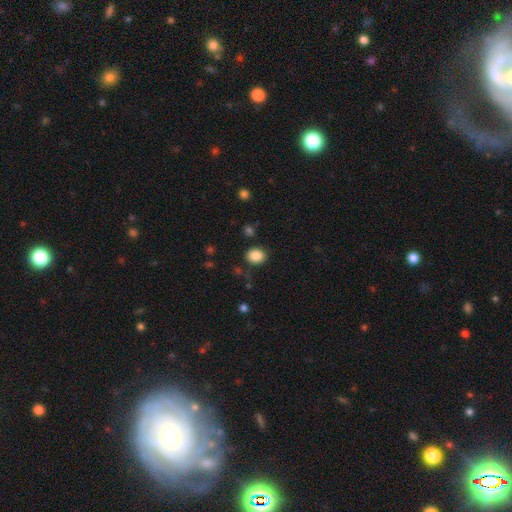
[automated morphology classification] The model was most divided on "how rounded": round: 64%, in between: 35%, cigar-shaped: 1%. More confident: smooth or featured — smooth (87%); merging — none (84%).